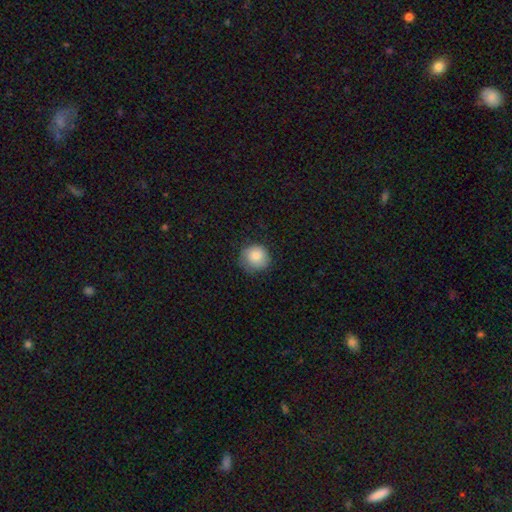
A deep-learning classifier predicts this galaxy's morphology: This appears to be a smooth galaxy with no disk features (83%) that is round (90%). Merging: none (73%).